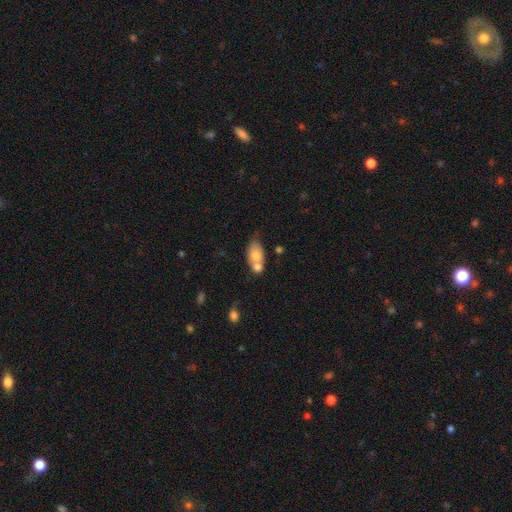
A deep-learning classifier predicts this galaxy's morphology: A smooth galaxy with no disk features (71%) that is in between round and cigar-shaped (85%).

Vote fractions:
- Smooth or featured? smooth: 71% / featured or disk: 22% / star or artifact: 7%
- How rounded? in between: 85% / round: 12% / cigar-shaped: 3%
- Merging? merger: 48% / none: 32% / minor disturbance: 14% / major disturbance: 5%